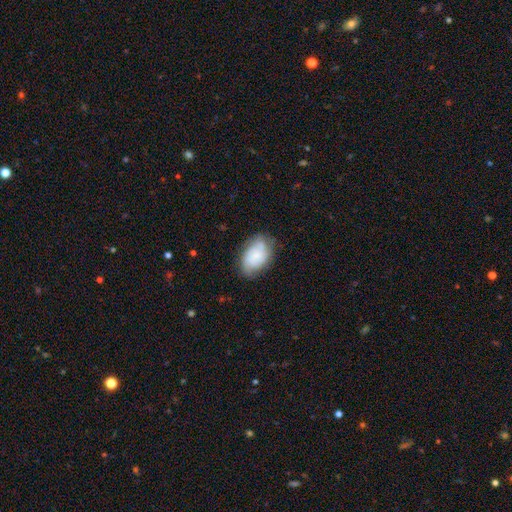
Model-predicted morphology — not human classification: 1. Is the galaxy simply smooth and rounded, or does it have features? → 59% smooth, 33% featured or disk, 8% star or artifact.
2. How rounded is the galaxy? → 89% in between, 9% round, 1% cigar-shaped.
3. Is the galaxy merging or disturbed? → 66% none, 24% minor disturbance, 7% major disturbance, 2% merger.